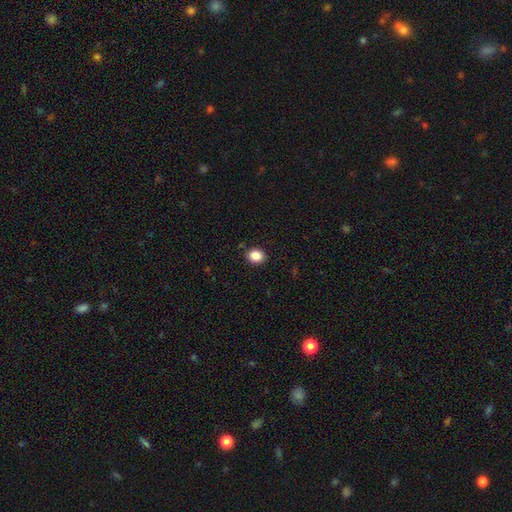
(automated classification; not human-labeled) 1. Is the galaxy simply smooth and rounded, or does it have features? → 87% smooth, 9% star or artifact, 4% featured or disk.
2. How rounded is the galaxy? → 54% round, 45% in between, 1% cigar-shaped.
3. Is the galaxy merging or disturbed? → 89% none, 8% minor disturbance, 2% major disturbance, 1% merger.